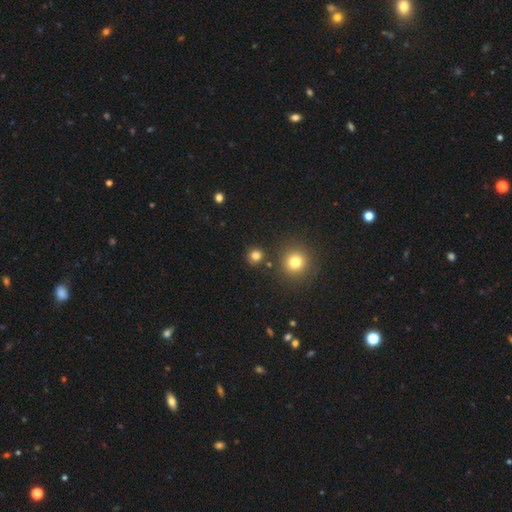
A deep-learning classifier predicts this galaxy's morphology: Smooth or featured?
  - smooth: 79% *
  - star or artifact: 16%
  - featured or disk: 5%
How rounded?
  - round: 90% *
  - in between: 9%
  - cigar-shaped: 1%
Merging?
  - none: 85% *
  - minor disturbance: 7%
  - merger: 5%
  - major disturbance: 3%